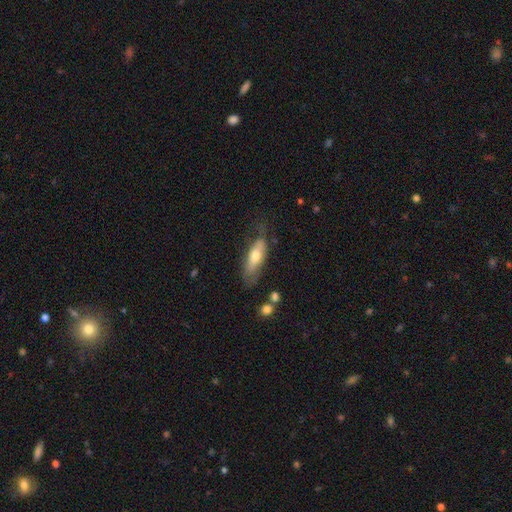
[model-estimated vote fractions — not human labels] This appears to be a smooth galaxy with no disk features (61%) that is in between round and cigar-shaped (60%). Merging: none (52%).